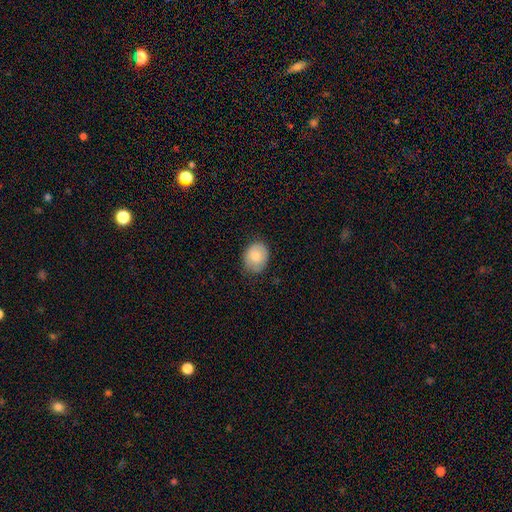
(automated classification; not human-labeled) Smooth or featured? Predicted: smooth (p=0.82). How rounded? Predicted: round (p=0.52). Merging? Predicted: none (p=0.74).